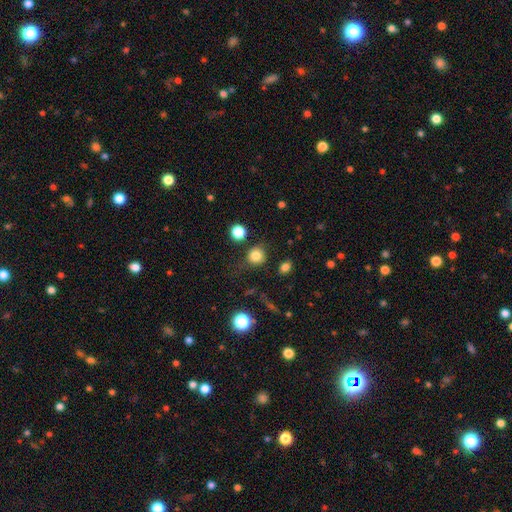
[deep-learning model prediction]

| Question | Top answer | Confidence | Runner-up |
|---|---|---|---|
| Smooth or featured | smooth | 82% | star or artifact (12%) |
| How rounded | round | 89% | in between (10%) |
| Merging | none | 80% | minor disturbance (12%) |